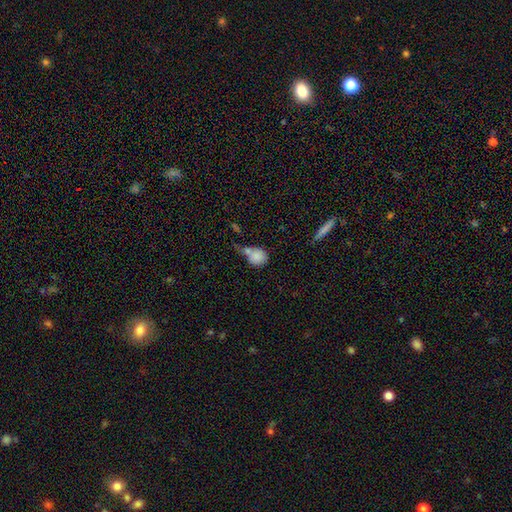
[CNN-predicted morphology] This appears to be a smooth galaxy with no disk features (81%) that is round (74%). Merging: merger (34%).